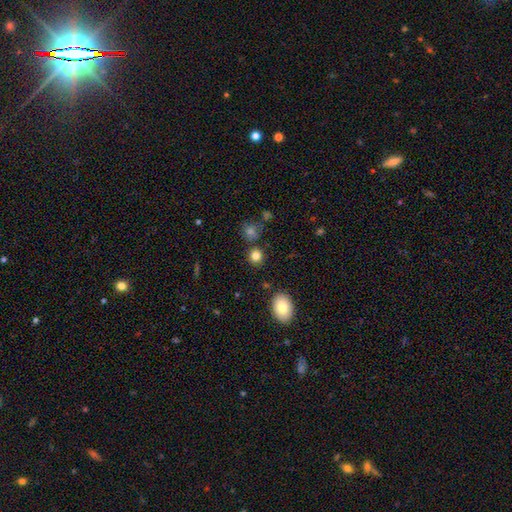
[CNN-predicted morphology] This appears to be a smooth galaxy with no disk features (83%) that is round (84%). Merging: none (83%).